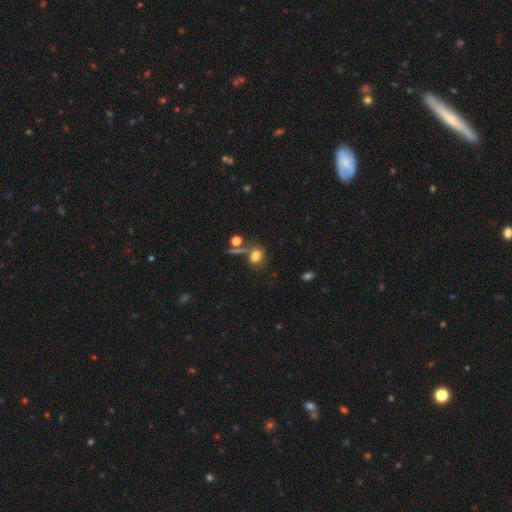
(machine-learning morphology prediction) type=smooth (75%); roundness=in between (65%); merging=none (54%).